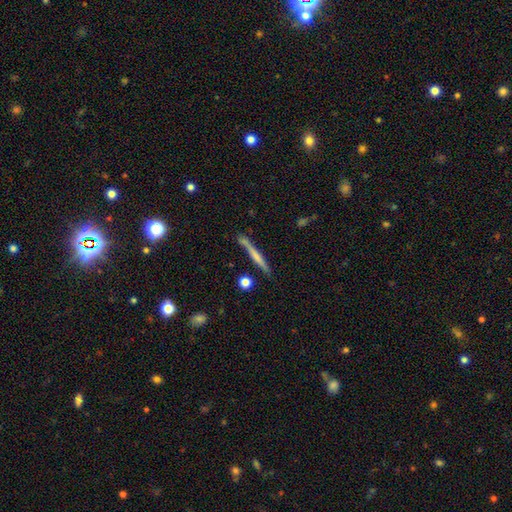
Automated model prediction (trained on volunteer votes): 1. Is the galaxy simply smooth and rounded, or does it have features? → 48% featured or disk, 45% smooth, 7% star or artifact.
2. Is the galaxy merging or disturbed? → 80% none, 13% minor disturbance, 4% merger, 3% major disturbance.